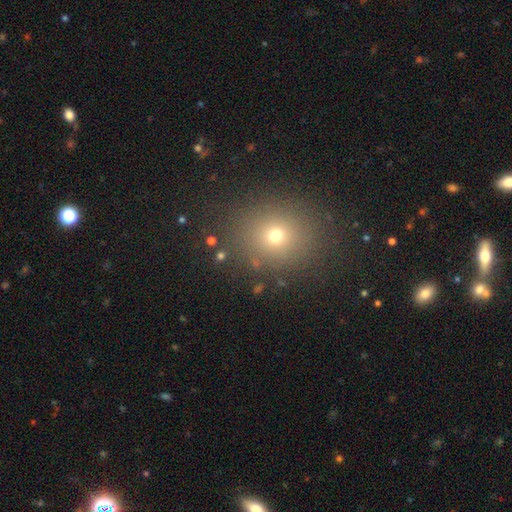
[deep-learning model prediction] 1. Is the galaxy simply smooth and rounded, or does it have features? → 64% smooth, 27% star or artifact, 9% featured or disk.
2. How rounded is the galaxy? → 73% round, 26% in between, 1% cigar-shaped.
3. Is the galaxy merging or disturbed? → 88% none, 7% minor disturbance, 3% major disturbance, 2% merger.